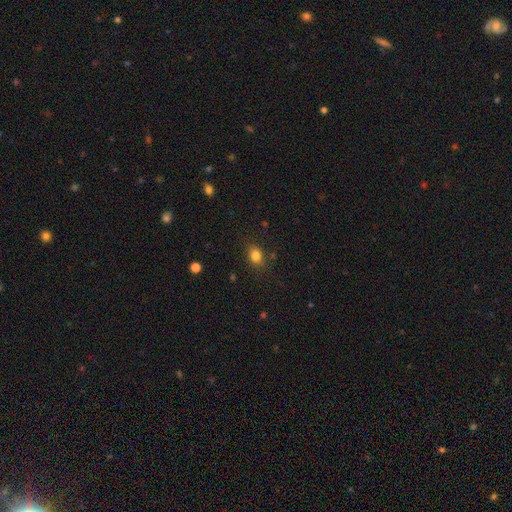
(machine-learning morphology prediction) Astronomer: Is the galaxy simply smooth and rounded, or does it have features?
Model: smooth — 82%.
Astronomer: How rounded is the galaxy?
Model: in between — 56% (runner-up: round, 43%).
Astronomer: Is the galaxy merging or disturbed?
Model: none — 82%.